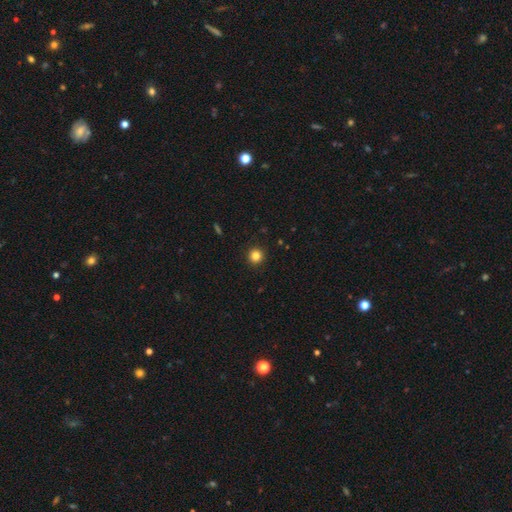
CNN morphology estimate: Smooth or featured? smooth (84%)
How rounded? round (95%)
Merging? none (93%)